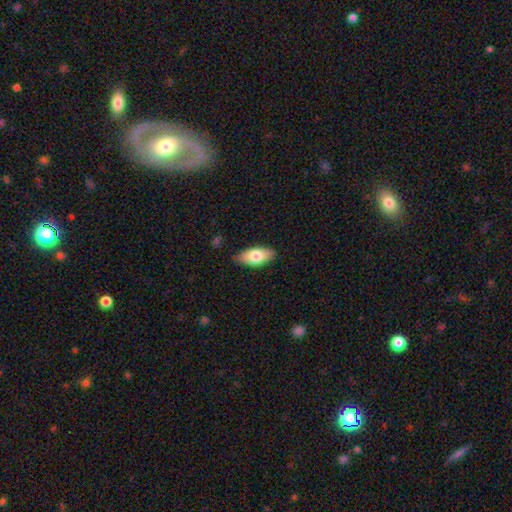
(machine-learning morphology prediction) This is likely a smooth galaxy (76%). How rounded: clearly in between (91%). Merging: clearly none (82%).